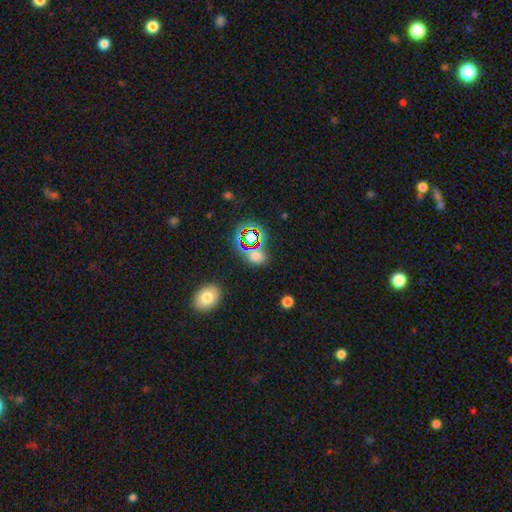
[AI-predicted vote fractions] Smooth or featured? smooth (54%)
How rounded? round (49%)
Merging? none (67%)